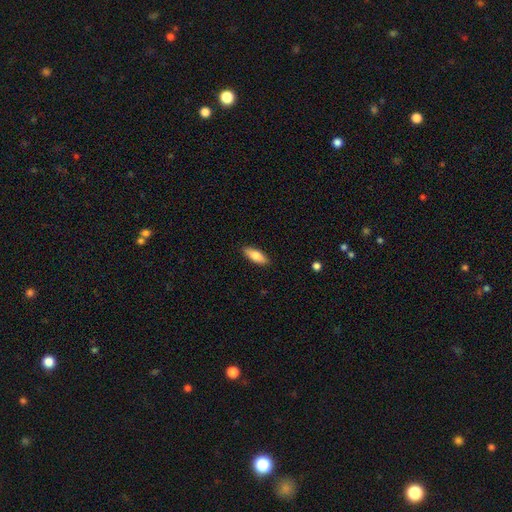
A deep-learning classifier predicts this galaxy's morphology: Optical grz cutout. It shows a smooth galaxy with no disk features (78%) that is in between round and cigar-shaped (68%). Merging: none (89%).